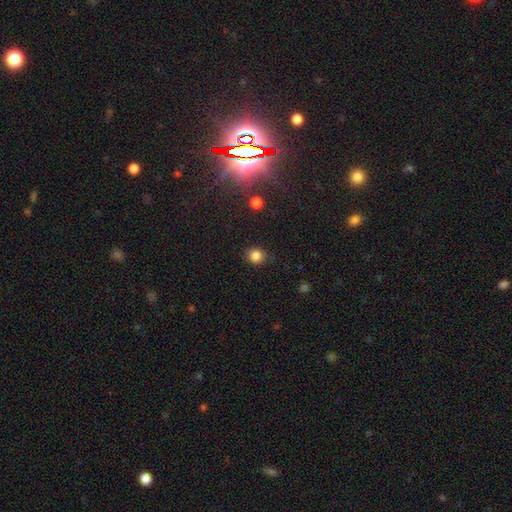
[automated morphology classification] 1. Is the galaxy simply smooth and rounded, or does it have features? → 84% smooth, 12% star or artifact, 4% featured or disk.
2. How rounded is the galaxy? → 82% round, 17% in between, 1% cigar-shaped.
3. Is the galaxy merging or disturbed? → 83% none, 12% minor disturbance, 3% major disturbance, 2% merger.